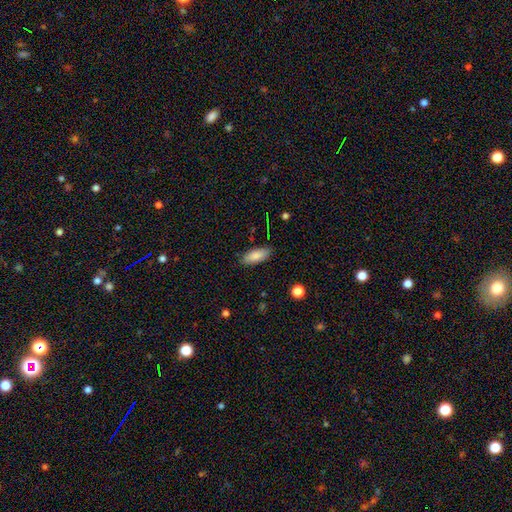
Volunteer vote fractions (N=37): This appears to be a smooth galaxy with no disk features (92%) that is in between round and cigar-shaped (79%). Merging: none (86%).